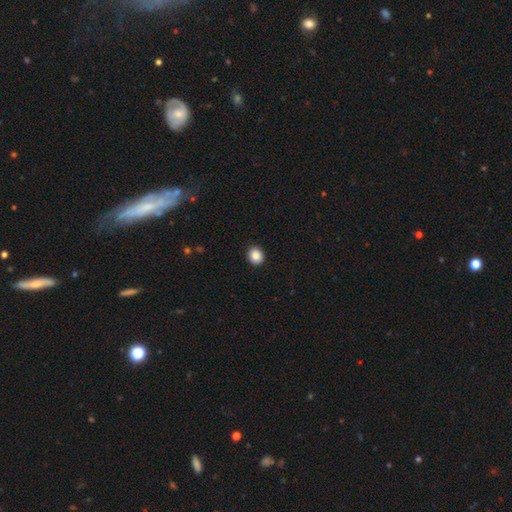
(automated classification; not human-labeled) This appears to be a smooth galaxy with no disk features (88%) that is round (73%). Merging: none (92%).